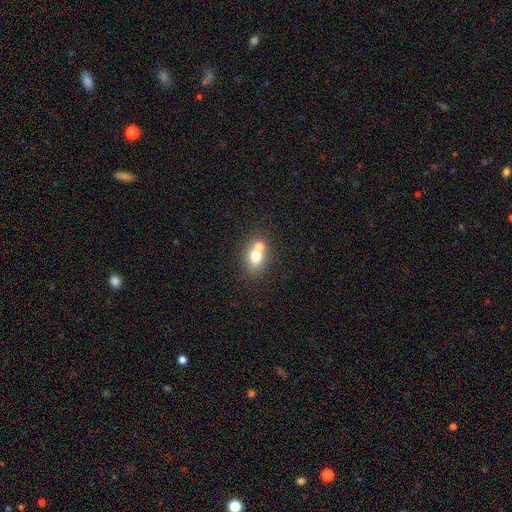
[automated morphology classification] Smooth or featured? smooth (69%)
How rounded? in between (52%)
Merging? merger (50%)